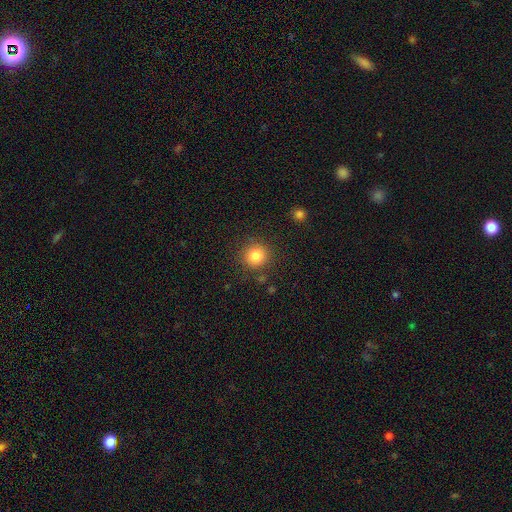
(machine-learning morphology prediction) Smooth or featured? smooth (83%)
How rounded? round (92%)
Merging? none (87%)